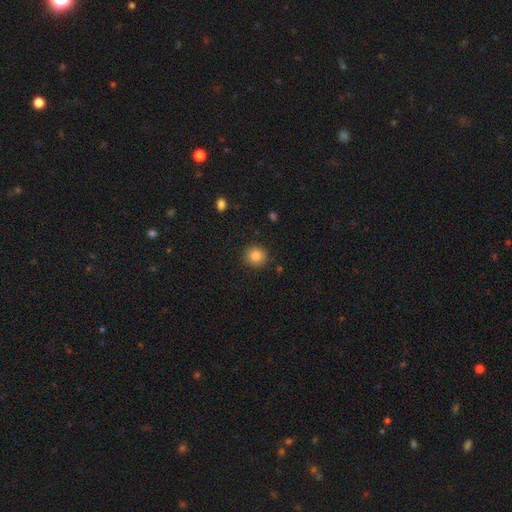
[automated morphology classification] This is clearly a smooth galaxy (84%). How rounded: clearly round (91%). Merging: clearly none (90%).